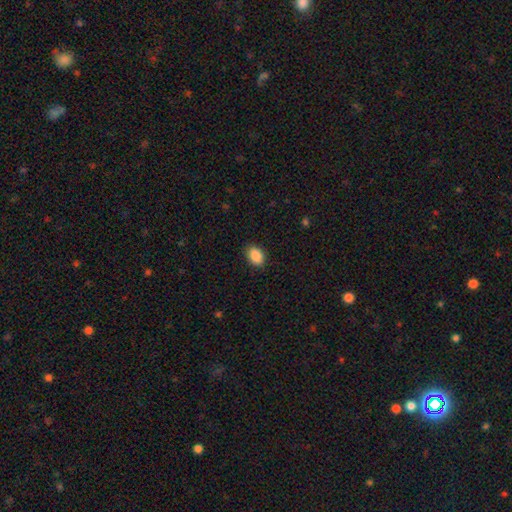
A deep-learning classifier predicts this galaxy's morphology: Smooth or featured?
  - smooth: 89% *
  - star or artifact: 8%
  - featured or disk: 3%
How rounded?
  - in between: 84% *
  - round: 15%
  - cigar-shaped: 1%
Merging?
  - none: 88% *
  - minor disturbance: 9%
  - major disturbance: 2%
  - merger: 1%